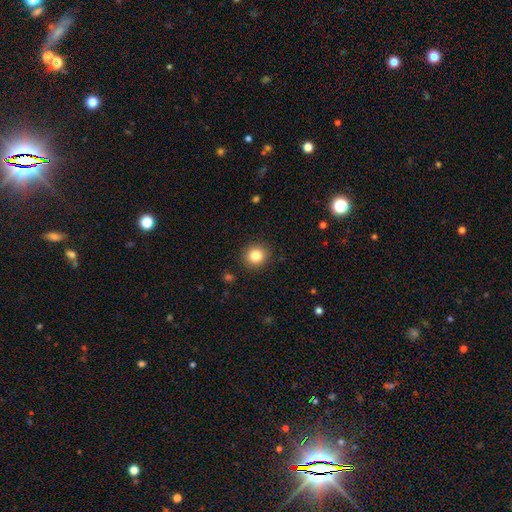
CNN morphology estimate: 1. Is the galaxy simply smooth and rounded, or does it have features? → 83% smooth, 11% star or artifact, 6% featured or disk.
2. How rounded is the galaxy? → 89% round, 10% in between, 1% cigar-shaped.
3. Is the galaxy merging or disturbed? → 90% none, 6% minor disturbance, 2% major disturbance, 1% merger.